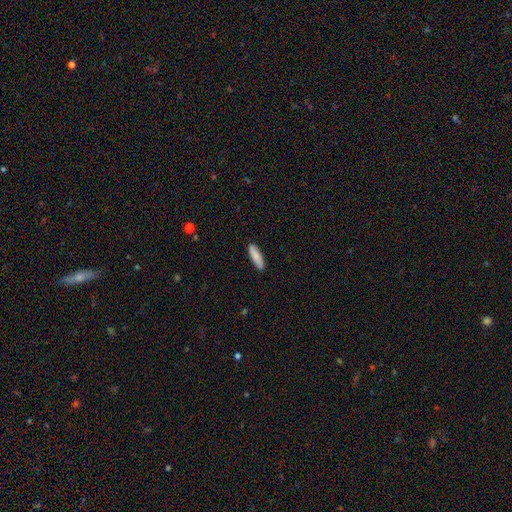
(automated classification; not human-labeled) smooth 86%, featured or disk 8%, star or artifact 6%. Down the decision tree: how rounded — cigar-shaped (61%); merging — none (89%).